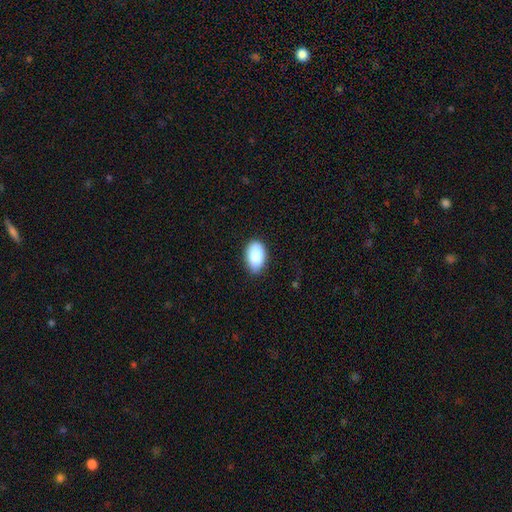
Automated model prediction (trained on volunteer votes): Q: Smooth or featured?
A: smooth (89%); runner-up: star or artifact (7%)
Q: How rounded?
A: in between (92%); runner-up: round (6%)
Q: Merging?
A: none (83%); runner-up: minor disturbance (14%)